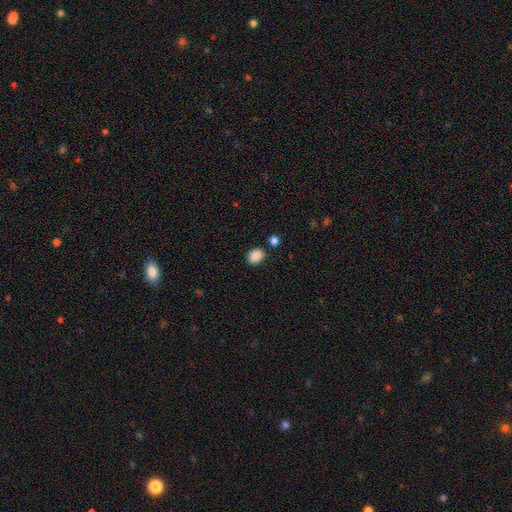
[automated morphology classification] Smooth or featured: smooth — 88% (star or artifact — 9%)
How rounded: in between — 59% (round — 40%)
Merging: none — 83% (minor disturbance — 10%)